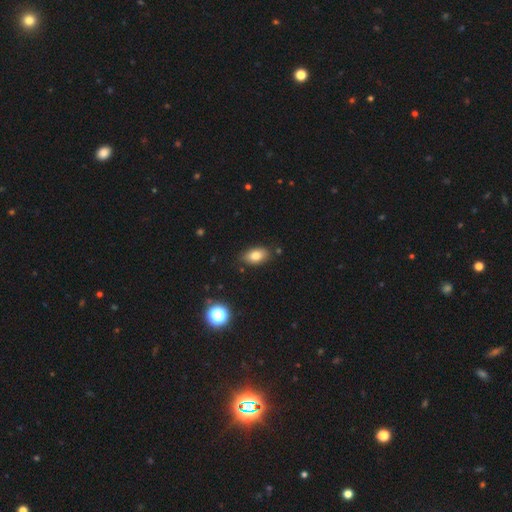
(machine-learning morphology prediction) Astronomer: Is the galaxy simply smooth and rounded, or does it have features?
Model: smooth — 80%.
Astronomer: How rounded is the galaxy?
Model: in between — 89%.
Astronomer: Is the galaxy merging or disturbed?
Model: none — 84%.